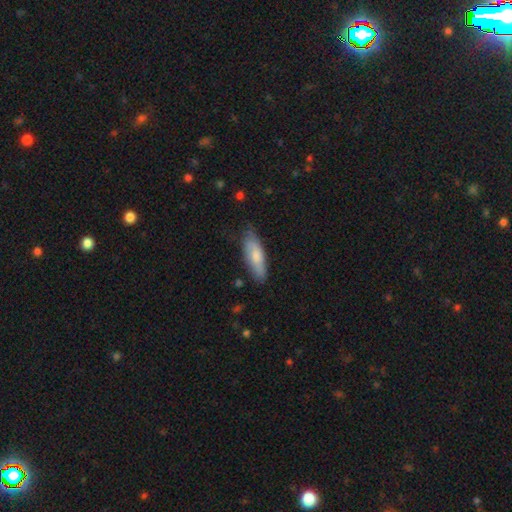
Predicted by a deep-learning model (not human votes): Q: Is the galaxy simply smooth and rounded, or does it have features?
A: smooth — 73%.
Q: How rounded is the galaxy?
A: in between — 53%.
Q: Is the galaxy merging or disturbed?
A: none — 72%.